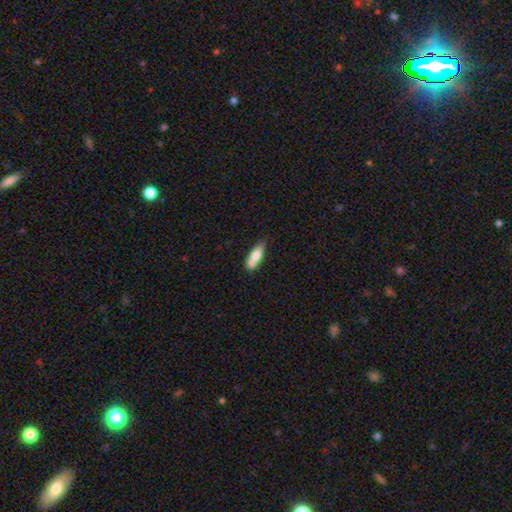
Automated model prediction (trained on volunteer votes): The model was most divided on "how rounded": in between: 50%, cigar-shaped: 48%, round: 3%. More confident: smooth or featured — smooth (69%); merging — none (50%).